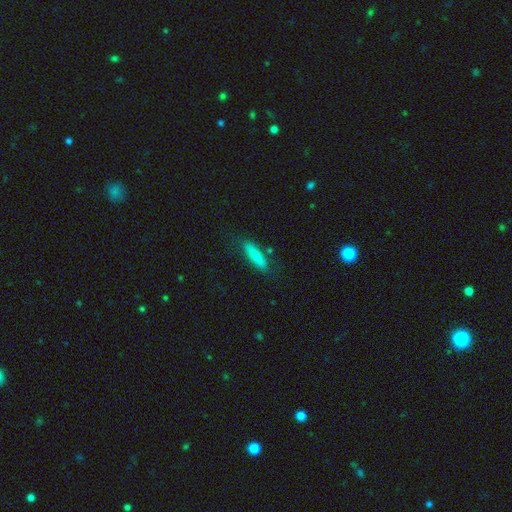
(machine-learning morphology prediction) Smooth or featured? smooth (78%)
How rounded? cigar-shaped (64%)
Merging? none (76%)